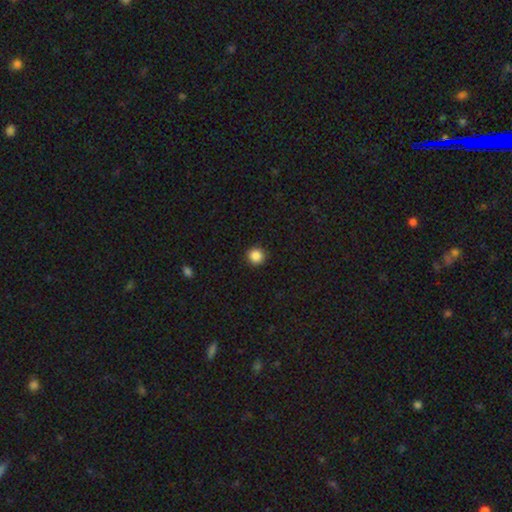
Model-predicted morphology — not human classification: Smooth or featured?
  - smooth: 87% *
  - star or artifact: 10%
  - featured or disk: 3%
How rounded?
  - round: 95% *
  - in between: 4%
  - cigar-shaped: 1%
Merging?
  - none: 93% *
  - minor disturbance: 5%
  - major disturbance: 2%
  - merger: 1%